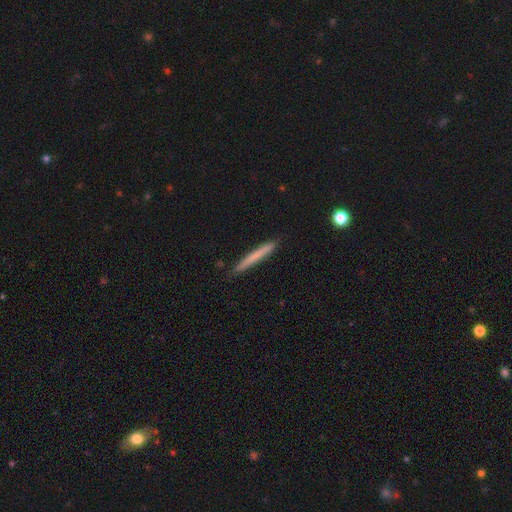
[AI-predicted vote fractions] Smooth or featured? Predicted: smooth (p=0.66). How rounded? Predicted: cigar-shaped (p=0.97). Merging? Predicted: none (p=0.89).